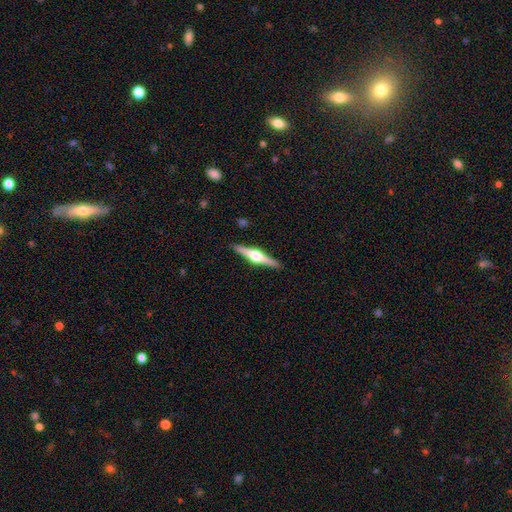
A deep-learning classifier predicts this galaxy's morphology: Smooth or featured?
  - featured or disk: 80% *
  - smooth: 15%
  - star or artifact: 5%
Edge-on disk?
  - yes: 98% *
  - no: 2%
Edge-on bulge?
  - rounded: 95% *
  - boxy: 4%
  - none: 1%
Merging?
  - none: 92% *
  - minor disturbance: 6%
  - major disturbance: 1%
  - merger: 1%